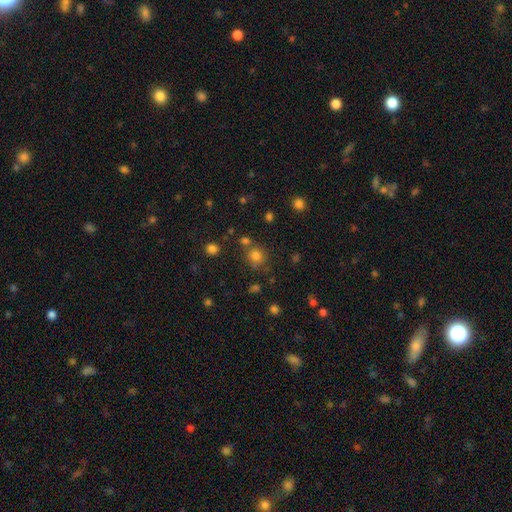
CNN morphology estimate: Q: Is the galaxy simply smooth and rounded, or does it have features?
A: smooth — 76%.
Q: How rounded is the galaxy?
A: round — 84%.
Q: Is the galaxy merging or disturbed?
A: none — 69%.